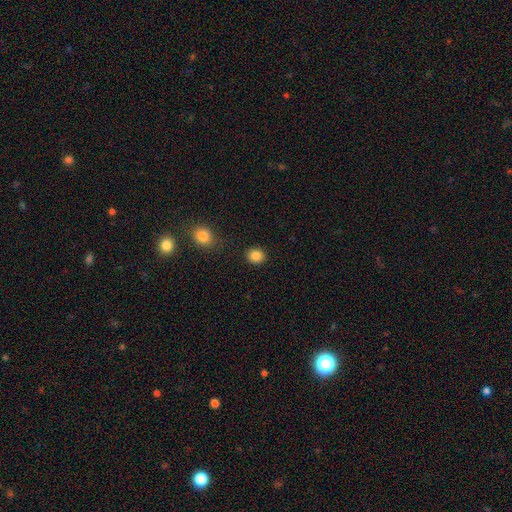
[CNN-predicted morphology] type=smooth (86%); roundness=round (78%); merging=none (88%).